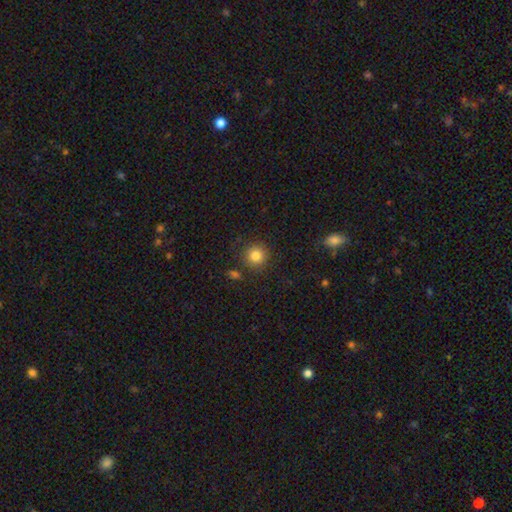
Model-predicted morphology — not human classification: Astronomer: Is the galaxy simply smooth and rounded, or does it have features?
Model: smooth — 85%.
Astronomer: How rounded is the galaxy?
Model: round — 93%.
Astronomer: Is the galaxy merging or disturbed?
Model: none — 85%.